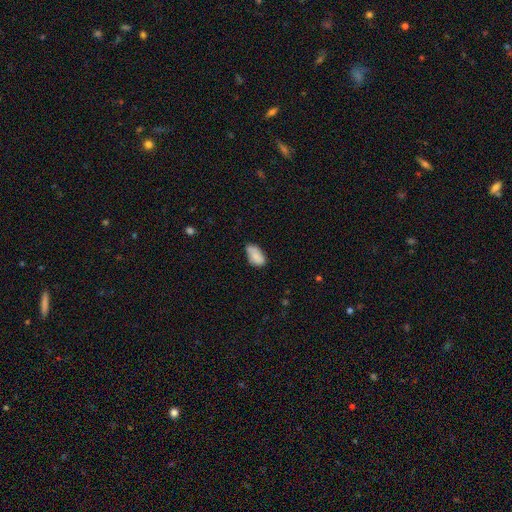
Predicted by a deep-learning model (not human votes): A smooth galaxy with no disk features (83%) that is in between round and cigar-shaped (93%). Merging: none (56%).